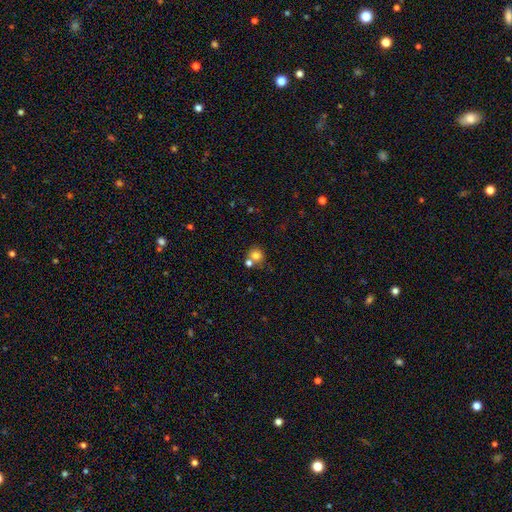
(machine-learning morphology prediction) Smooth or featured? Predicted: smooth (p=0.76). How rounded? Predicted: round (p=0.82). Merging? Predicted: none (p=0.50).